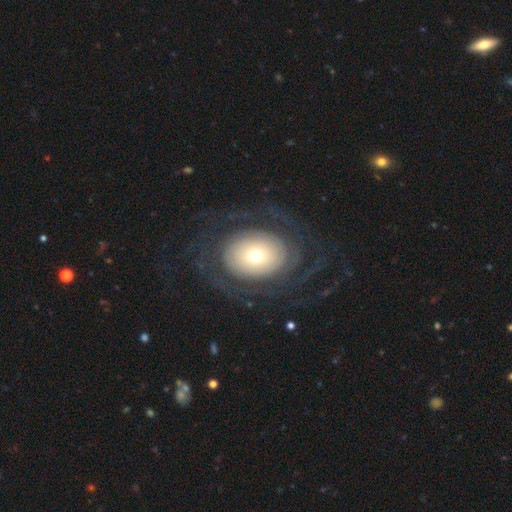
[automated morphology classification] The model was most divided on "bulge size": small: 42%, moderate: 38%, large: 12%, dominant: 6%, none: 1%. More confident: edge-on disk — no (95%); bar — no (81%); spiral arms — yes (78%); merging — none (67%); smooth or featured — featured or disk (66%).